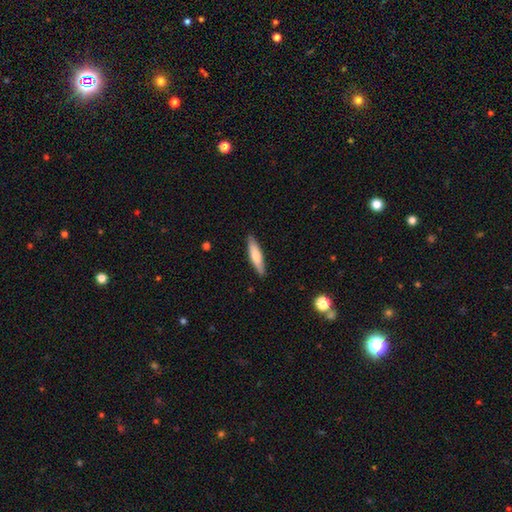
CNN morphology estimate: The model was most divided on "smooth or featured": smooth: 66%, featured or disk: 28%, star or artifact: 5%. More confident: merging — none (88%); how rounded — cigar-shaped (78%).